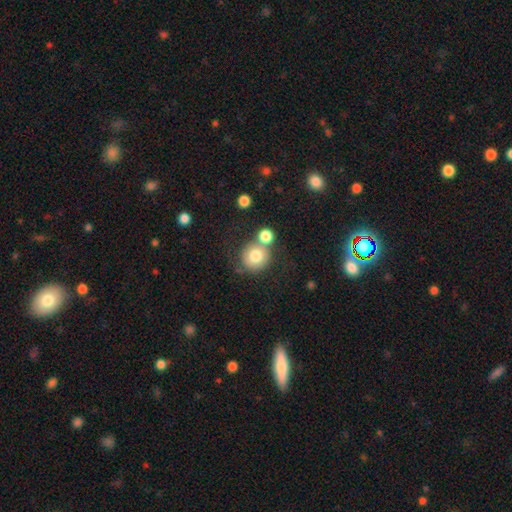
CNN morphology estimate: The model was most divided on "merging": none: 52%, merger: 32%, minor disturbance: 11%, major disturbance: 5%. More confident: how rounded — round (90%); smooth or featured — smooth (78%).